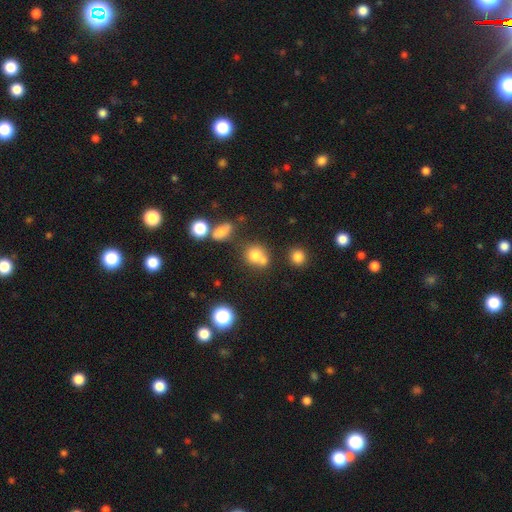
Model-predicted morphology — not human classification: Overall: smooth (74%). How rounded: round (77%). Merging: none (44%; merger 39%).